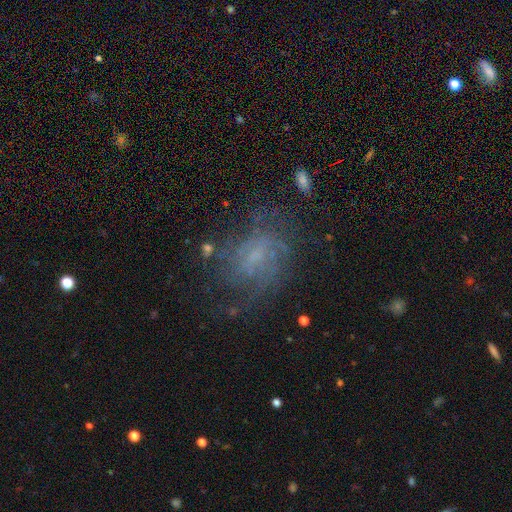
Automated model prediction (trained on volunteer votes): The model was most divided on "bar": no: 47%, weak: 44%, strong: 9%. Remaining: edge-on disk — no (97%); spiral arms — yes (78%); smooth or featured — featured or disk (63%); merging — none (60%); bulge size — small (42%).